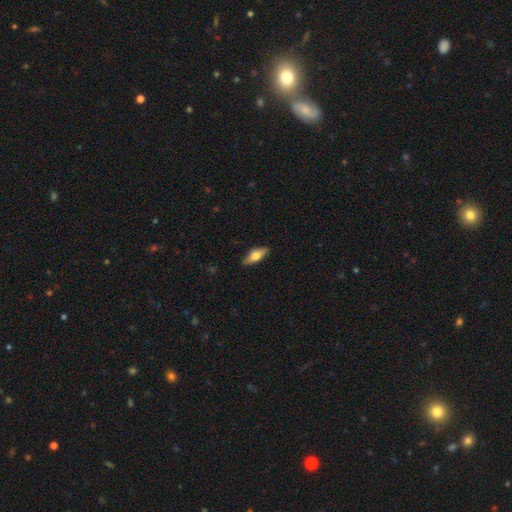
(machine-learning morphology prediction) type=smooth (51%); roundness=in between (59%); merging=none (87%).